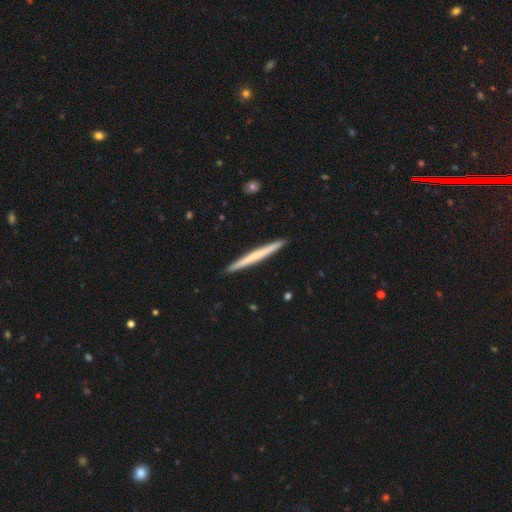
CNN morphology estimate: A smooth galaxy with no disk features (51%) that is cigar-shaped (97%).

Vote fractions:
- Smooth or featured? smooth: 51% / featured or disk: 44% / star or artifact: 5%
- How rounded? cigar-shaped: 97% / in between: 1% / round: 1%
- Merging? none: 93% / minor disturbance: 5% / major disturbance: 1% / merger: 1%